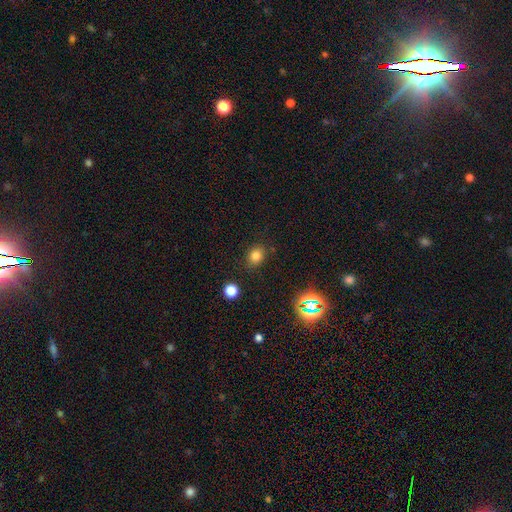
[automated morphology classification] Smooth or featured? Predicted: smooth (p=0.78). How rounded? Predicted: round (p=0.54). Merging? Predicted: none (p=0.83).